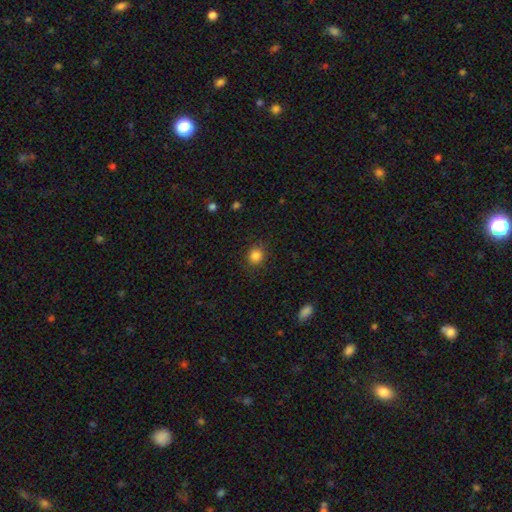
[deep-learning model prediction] Smooth or featured? Predicted: smooth (p=0.85). How rounded? Predicted: round (p=0.82). Merging? Predicted: none (p=0.88).